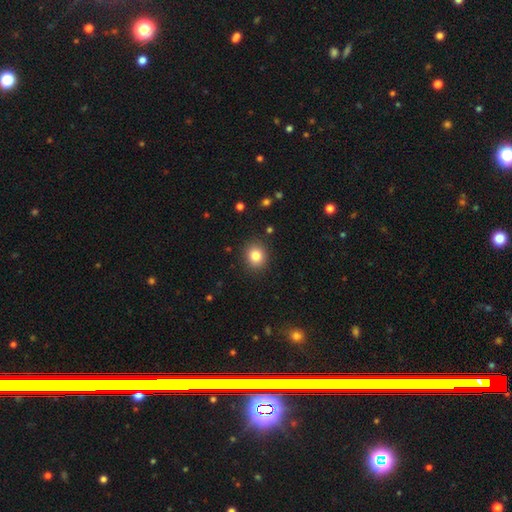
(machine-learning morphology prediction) A smooth galaxy with no disk features (83%) that is round (76%). Merging: none (90%).